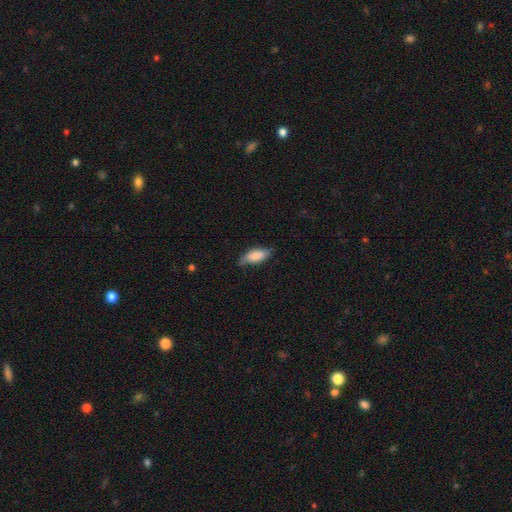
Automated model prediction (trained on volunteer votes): Overall: smooth (82%). How rounded: in between (82%). Merging: none (67%; minor disturbance 27%).